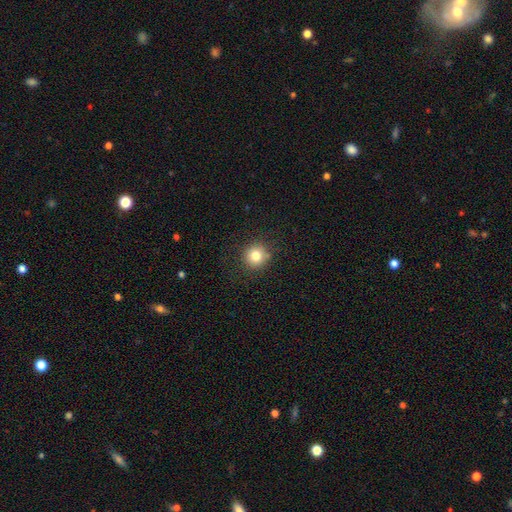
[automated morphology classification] smooth 81%, star or artifact 12%, featured or disk 7%. Down the decision tree: how rounded — round (92%); merging — none (87%).